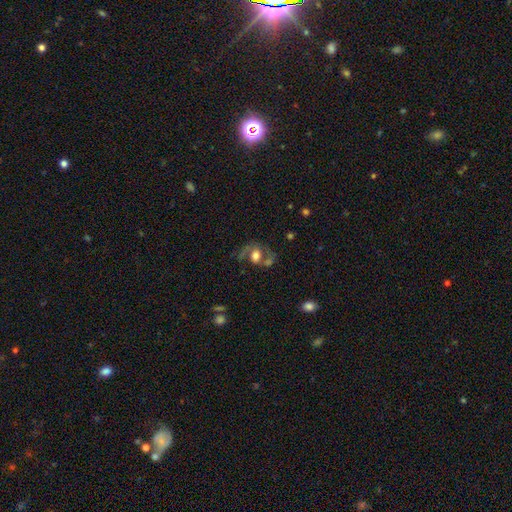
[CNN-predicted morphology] Smooth or featured?
  - featured or disk: 48% *
  - smooth: 41%
  - star or artifact: 10%
Merging?
  - none: 39% *
  - merger: 22%
  - major disturbance: 21%
  - minor disturbance: 18%